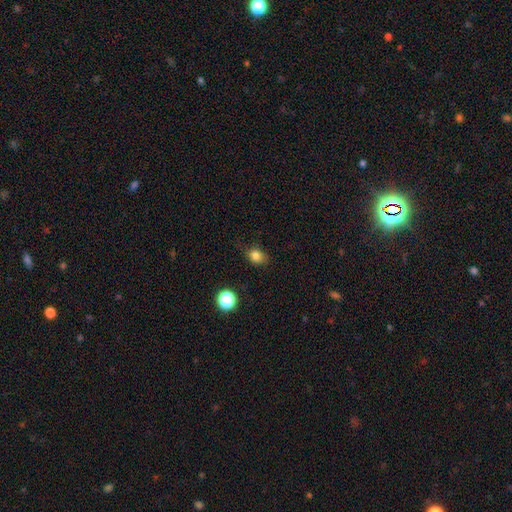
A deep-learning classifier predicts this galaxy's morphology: Smooth or featured?
  - smooth: 81% *
  - star or artifact: 13%
  - featured or disk: 6%
How rounded?
  - round: 52% *
  - in between: 47%
  - cigar-shaped: 1%
Merging?
  - none: 76% *
  - minor disturbance: 19%
  - major disturbance: 4%
  - merger: 1%